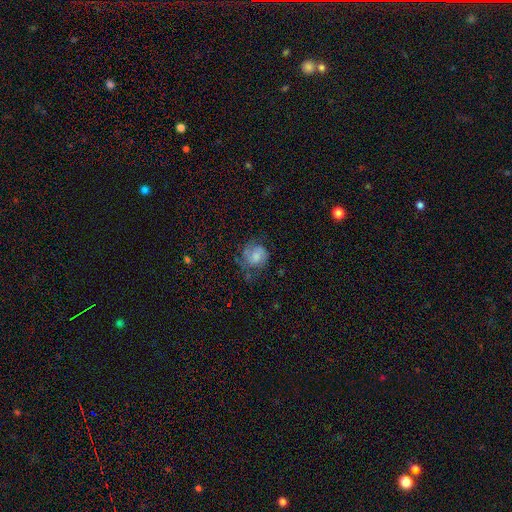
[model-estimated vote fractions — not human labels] Smooth or featured? smooth (52%)
How rounded? round (74%)
Merging? none (49%)